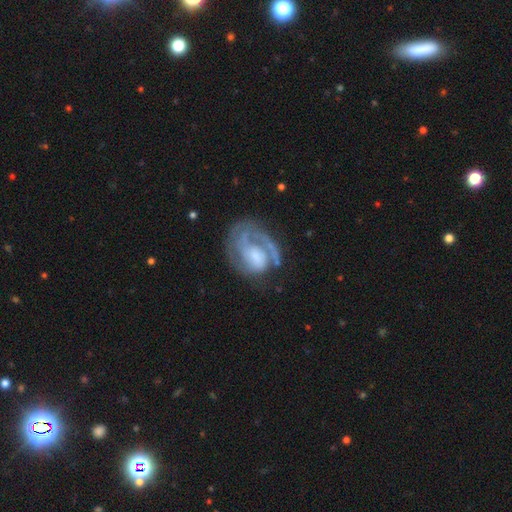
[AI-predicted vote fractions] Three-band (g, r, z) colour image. It shows a featured or disk galaxy (79%) with no bar (55%), 1 (34%) tight (50%) spiral arms (89%) and a small central bulge (38%). Merging: none (56%).